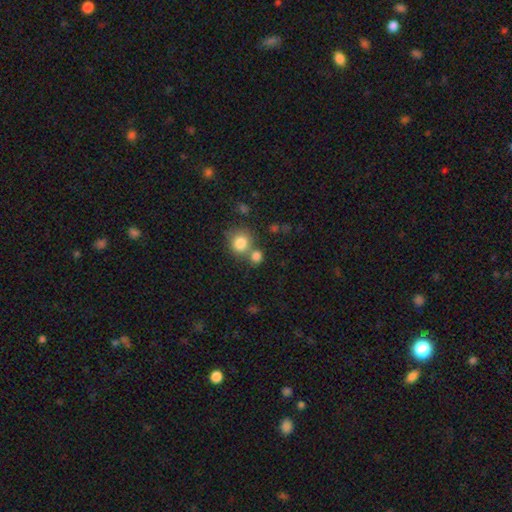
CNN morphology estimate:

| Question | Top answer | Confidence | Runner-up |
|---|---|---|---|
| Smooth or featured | smooth | 81% | star or artifact (12%) |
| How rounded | round | 79% | in between (20%) |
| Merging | none | 51% | merger (37%) |